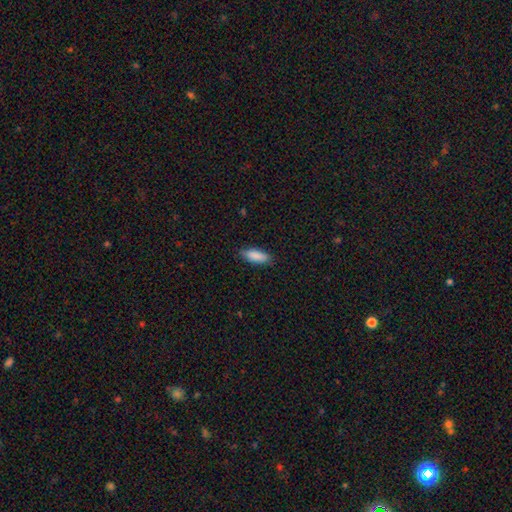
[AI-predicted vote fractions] Smooth or featured? Predicted: smooth (p=0.88). How rounded? Predicted: in between (p=0.70). Merging? Predicted: none (p=0.84).